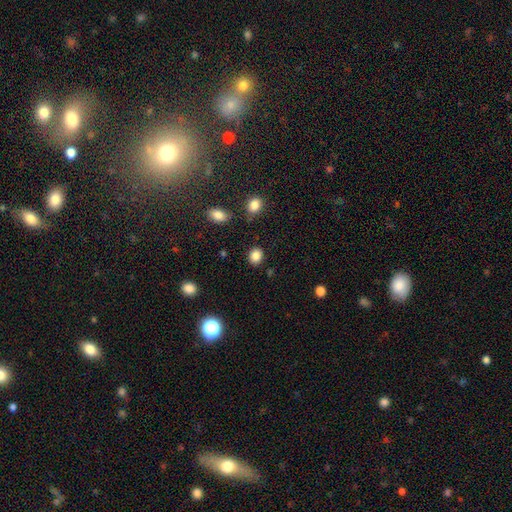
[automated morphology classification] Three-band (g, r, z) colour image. It shows a smooth galaxy with no disk features (86%) that is round (62%). Merging: none (86%).